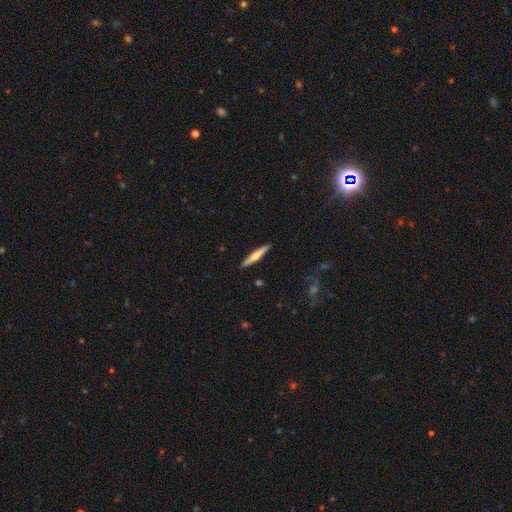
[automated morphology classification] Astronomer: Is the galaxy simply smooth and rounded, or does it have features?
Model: smooth — 50% (runner-up: featured or disk, 44%).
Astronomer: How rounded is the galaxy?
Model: cigar-shaped — 92%.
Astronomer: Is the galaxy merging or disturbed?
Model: none — 91%.